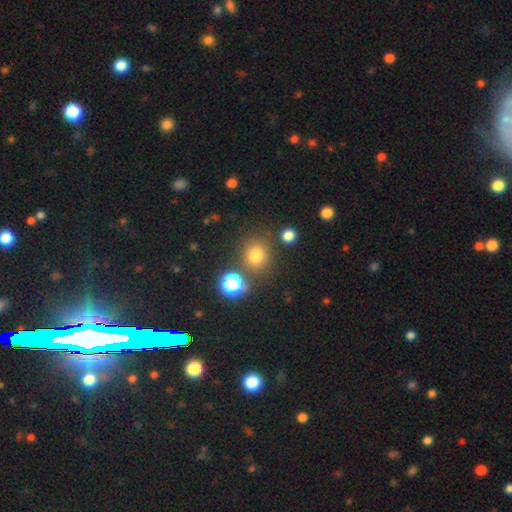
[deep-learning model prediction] Smooth or featured? smooth (76%)
How rounded? round (87%)
Merging? none (79%)